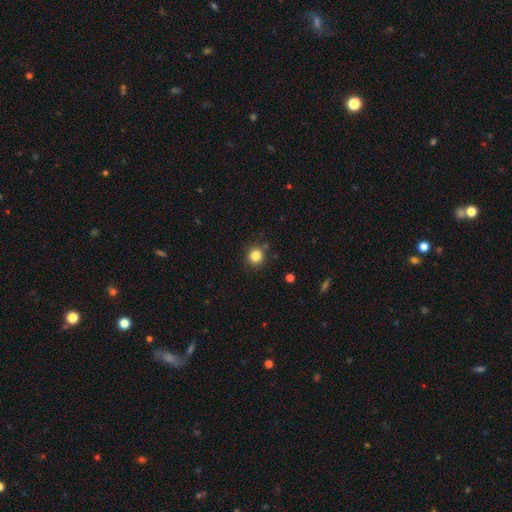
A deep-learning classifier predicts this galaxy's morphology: Smooth or featured? Predicted: smooth (p=0.84). How rounded? Predicted: round (p=0.90). Merging? Predicted: none (p=0.87).